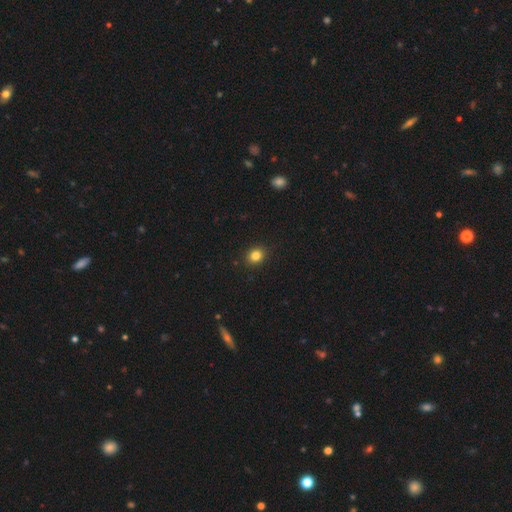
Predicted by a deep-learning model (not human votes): The model was most divided on "how rounded": round: 72%, in between: 28%, cigar-shaped: 1%. More confident: merging — none (91%); smooth or featured — smooth (83%).